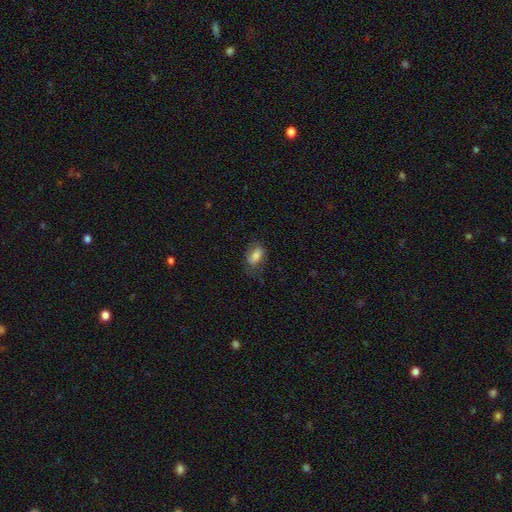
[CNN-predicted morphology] This appears to be a smooth galaxy with no disk features (76%) that is in between round and cigar-shaped (88%). Merging: none (63%).